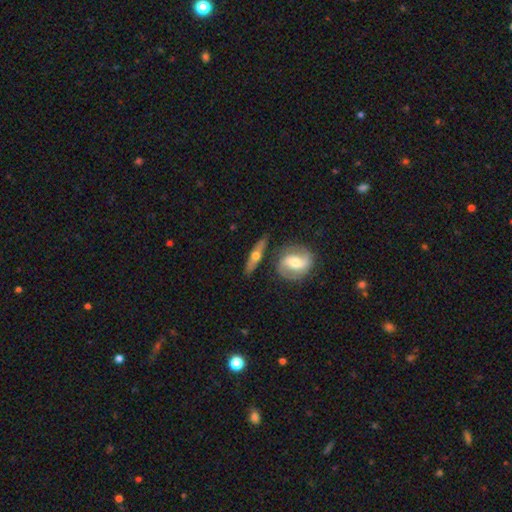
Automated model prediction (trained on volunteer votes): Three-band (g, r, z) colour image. It shows a featured or disk galaxy (62%) viewed edge-on (72%). Merging: none (76%).